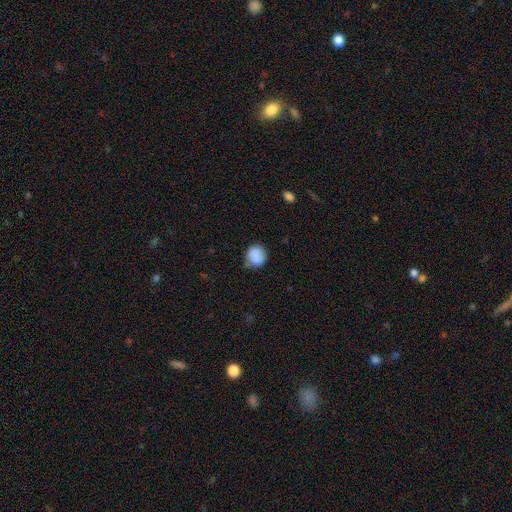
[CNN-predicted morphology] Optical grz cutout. It shows a smooth galaxy with no disk features (87%) that is round (77%). Merging: none (70%).